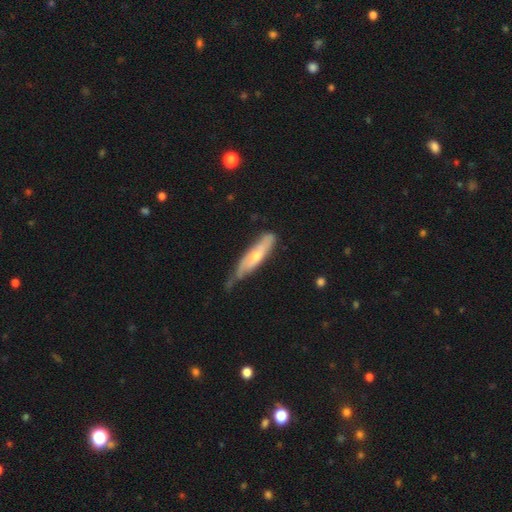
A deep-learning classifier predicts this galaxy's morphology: Overall: featured or disk (53%; smooth 42%). Edge-on disk: yes (55%; no 45%). Merging: none (44%; minor disturbance 40%).